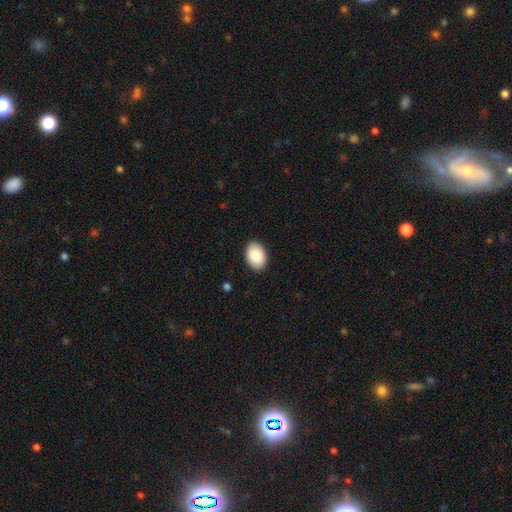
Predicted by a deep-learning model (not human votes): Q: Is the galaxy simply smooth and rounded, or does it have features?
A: smooth — 89%.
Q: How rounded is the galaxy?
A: in between — 87%.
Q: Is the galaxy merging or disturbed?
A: none — 90%.